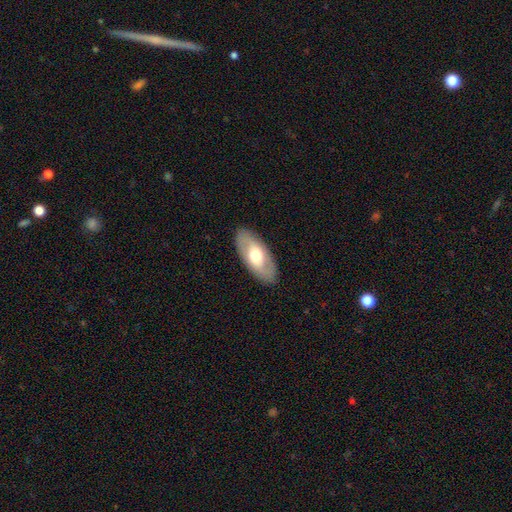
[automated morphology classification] type=smooth (51%); roundness=in between (90%); merging=none (88%).